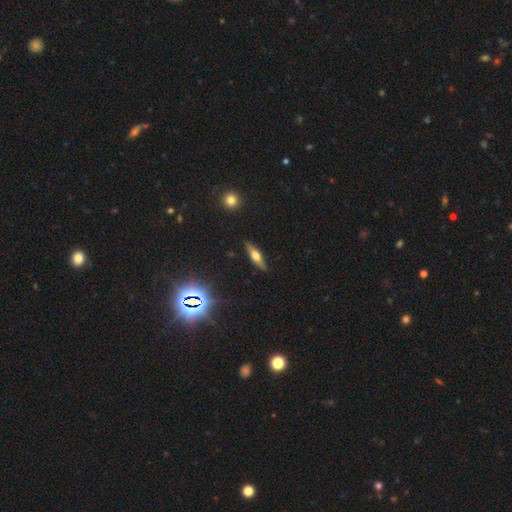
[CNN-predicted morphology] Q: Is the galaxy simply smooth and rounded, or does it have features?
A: featured or disk — 49%.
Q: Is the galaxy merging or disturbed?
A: none — 86%.